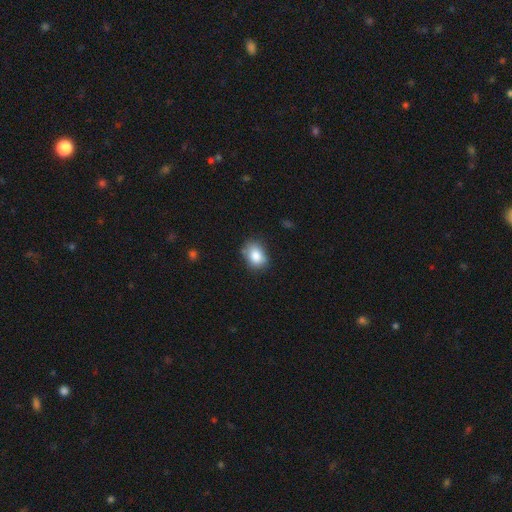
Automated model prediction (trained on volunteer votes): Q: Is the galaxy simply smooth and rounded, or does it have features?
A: smooth — 85%.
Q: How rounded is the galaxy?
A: in between — 70%.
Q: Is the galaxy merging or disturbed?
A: none — 71%.